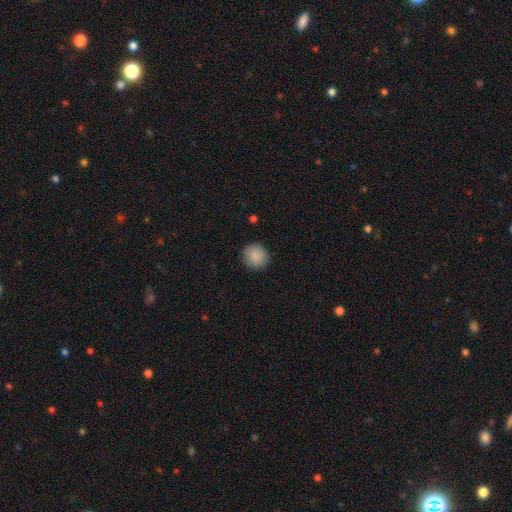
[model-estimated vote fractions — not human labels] This appears to be a smooth galaxy with no disk features (89%) that is round (89%). Merging: none (90%).